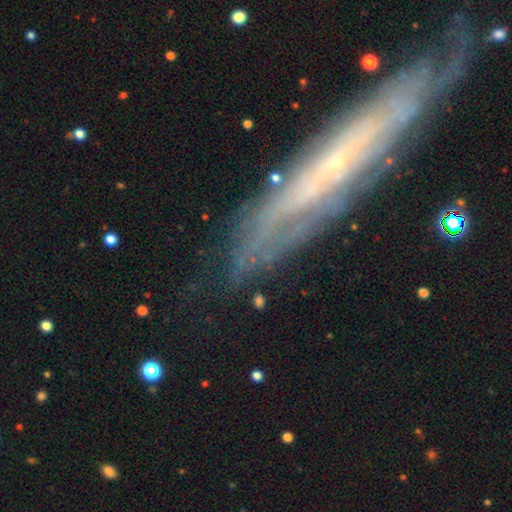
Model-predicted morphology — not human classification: Smooth or featured?
  - featured or disk: 72% *
  - smooth: 19%
  - star or artifact: 9%
Edge-on disk?
  - yes: 51% *
  - no: 49%
Merging?
  - none: 79% *
  - minor disturbance: 14%
  - major disturbance: 5%
  - merger: 2%